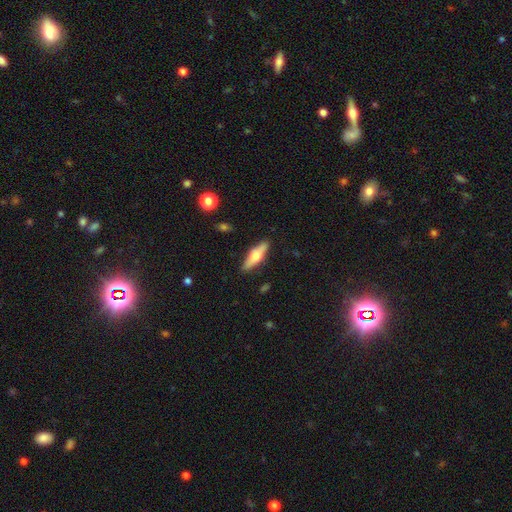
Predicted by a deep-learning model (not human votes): This is possibly a featured or disk galaxy (54%). It is clearly viewed edge-on (92%). Merging: clearly none (86%).